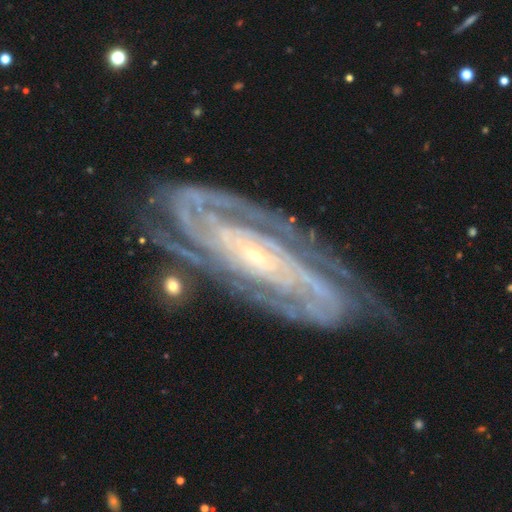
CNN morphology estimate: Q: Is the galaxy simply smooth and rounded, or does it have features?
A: featured or disk — 90%.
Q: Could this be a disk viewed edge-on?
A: no — 92%.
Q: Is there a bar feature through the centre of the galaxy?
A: no — 58%.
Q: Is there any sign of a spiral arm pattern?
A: yes — 98%.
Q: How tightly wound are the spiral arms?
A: tight — 75%.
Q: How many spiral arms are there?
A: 2 — 25%.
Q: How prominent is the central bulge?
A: small — 82%.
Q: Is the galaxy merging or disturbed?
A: none — 75%.